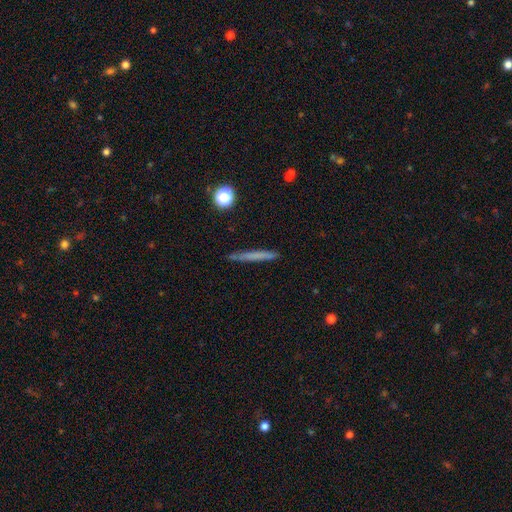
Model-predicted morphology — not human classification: Smooth or featured?
  - smooth: 63% *
  - featured or disk: 29%
  - star or artifact: 8%
How rounded?
  - cigar-shaped: 96% *
  - in between: 3%
  - round: 2%
Merging?
  - none: 87% *
  - minor disturbance: 9%
  - major disturbance: 2%
  - merger: 2%